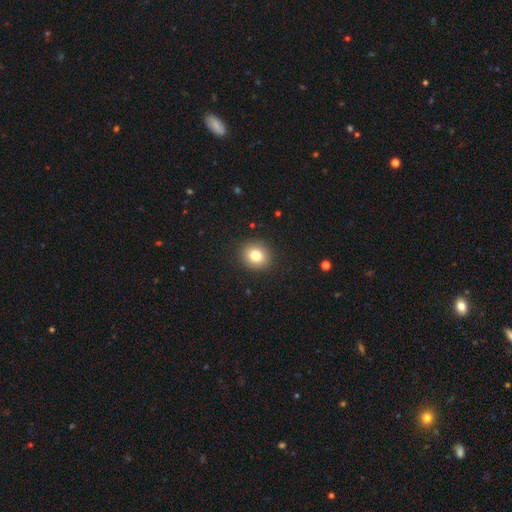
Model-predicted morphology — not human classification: Q: Smooth or featured?
A: smooth (79%); runner-up: star or artifact (11%)
Q: How rounded?
A: round (84%); runner-up: in between (16%)
Q: Merging?
A: none (91%); runner-up: minor disturbance (6%)